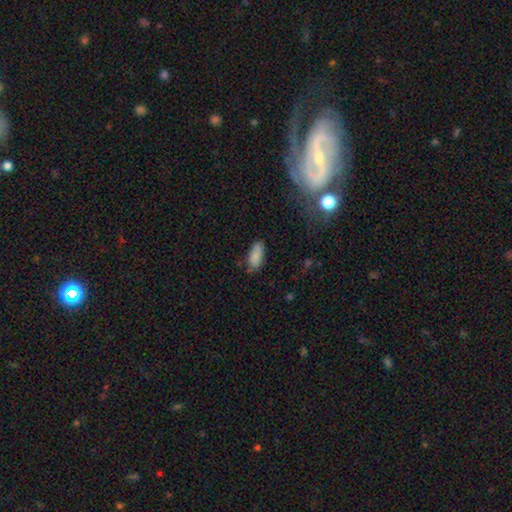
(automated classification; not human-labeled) Morphology: type=smooth (86%); roundness=in between (85%); merging=none (71%).